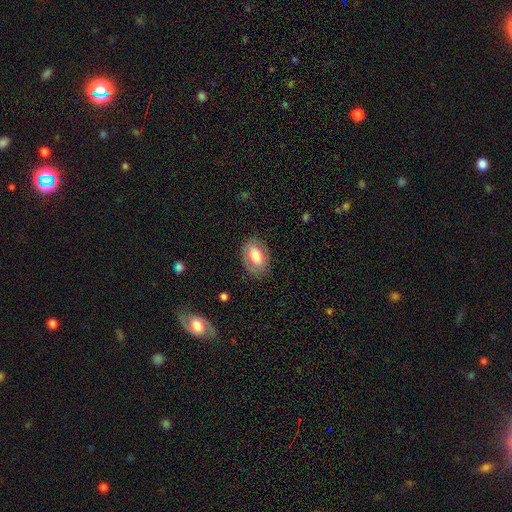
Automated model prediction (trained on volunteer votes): smooth 67%, featured or disk 26%, star or artifact 7%. Down the decision tree: how rounded — in between (84%); merging — none (81%).